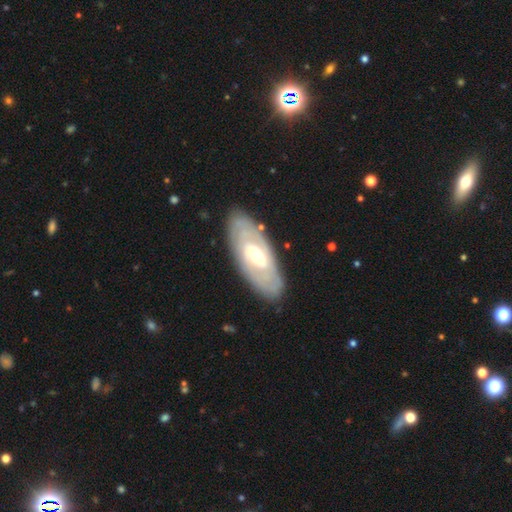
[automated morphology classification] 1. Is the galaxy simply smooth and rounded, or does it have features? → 69% featured or disk, 27% smooth, 5% star or artifact.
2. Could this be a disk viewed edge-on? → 86% no, 14% yes.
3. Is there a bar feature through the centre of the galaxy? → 52% no, 34% weak, 14% strong.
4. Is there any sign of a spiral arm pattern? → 52% yes, 48% no.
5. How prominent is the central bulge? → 69% moderate, 18% small, 11% large, 1% dominant, 1% none.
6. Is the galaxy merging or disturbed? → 84% none, 11% minor disturbance, 3% major disturbance, 1% merger.